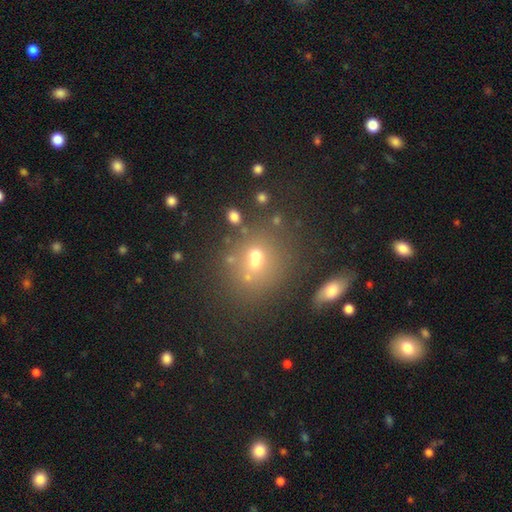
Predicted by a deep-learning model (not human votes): This is possibly a smooth galaxy (54%). How rounded: likely round (64%). Merging: possibly none (60%).